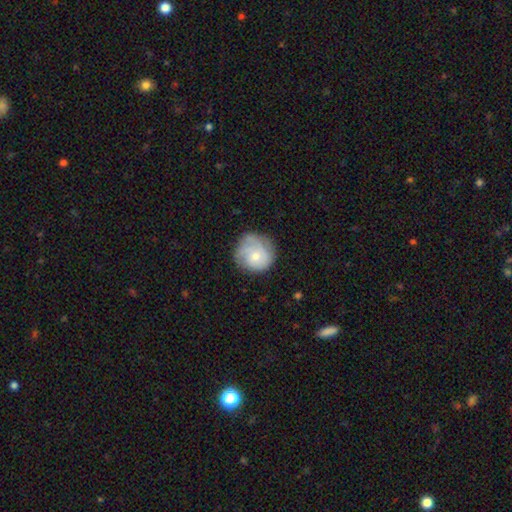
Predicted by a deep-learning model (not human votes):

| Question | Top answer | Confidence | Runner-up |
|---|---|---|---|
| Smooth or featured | smooth | 50% | featured or disk (43%) |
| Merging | none | 63% | minor disturbance (25%) |